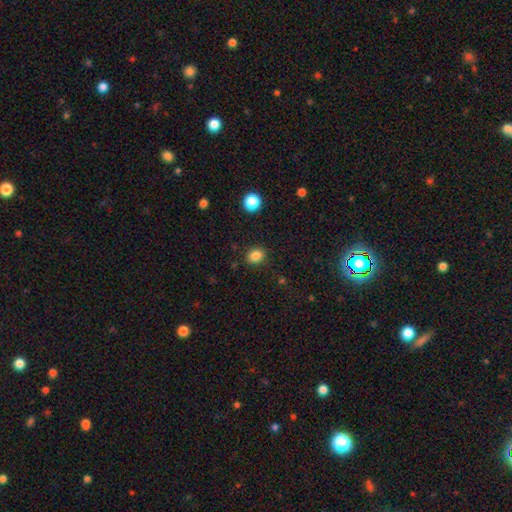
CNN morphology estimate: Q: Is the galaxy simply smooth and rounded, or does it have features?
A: smooth — 84%.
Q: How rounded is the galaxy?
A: round — 54%.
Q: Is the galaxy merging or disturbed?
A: none — 86%.